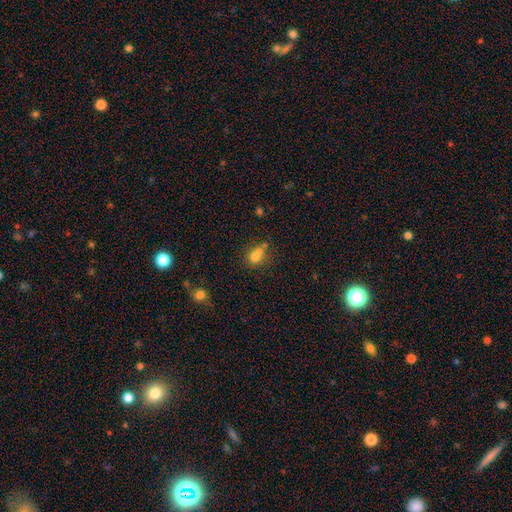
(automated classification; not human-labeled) smooth 71%, featured or disk 15%, star or artifact 14%. Down the decision tree: how rounded — round (63%); merging — merger (44%).